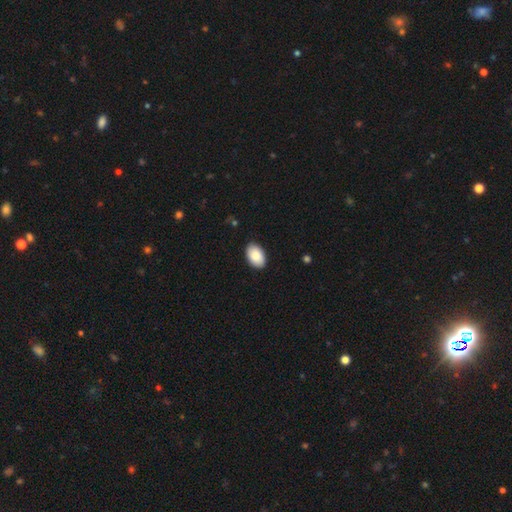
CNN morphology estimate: smooth 88%, featured or disk 6%, star or artifact 6%. Down the decision tree: how rounded — in between (92%); merging — none (89%).